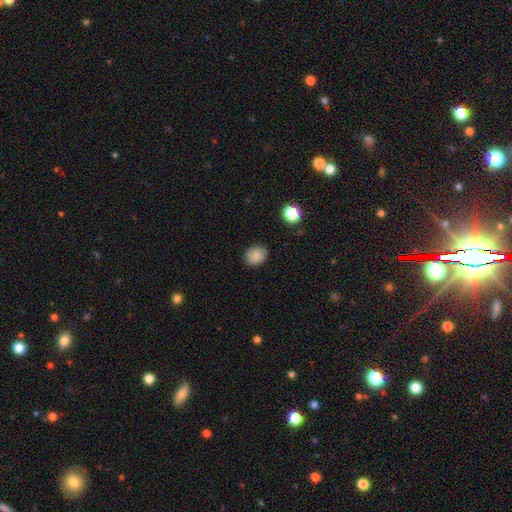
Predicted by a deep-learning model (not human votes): Smooth or featured? Predicted: smooth (p=0.86). How rounded? Predicted: round (p=0.60). Merging? Predicted: none (p=0.85).